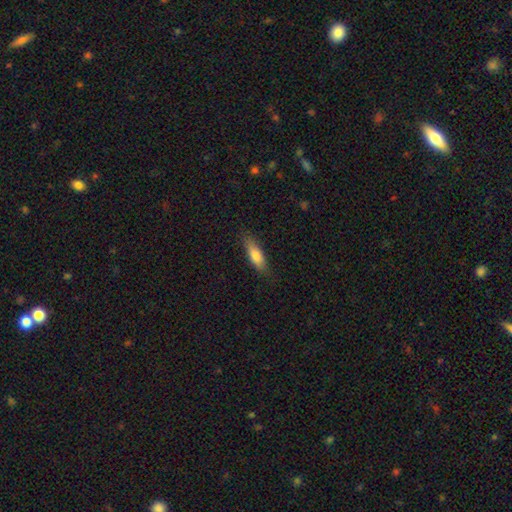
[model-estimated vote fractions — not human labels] smooth-or-featured: smooth: 77% | featured or disk: 16% | star or artifact: 6%
  how-rounded: in between: 54% | cigar-shaped: 44% | round: 2%
  merging: none: 79% | minor disturbance: 16% | major disturbance: 4% | merger: 1%